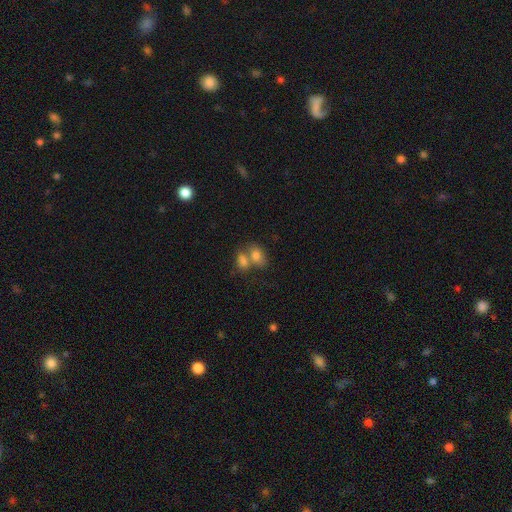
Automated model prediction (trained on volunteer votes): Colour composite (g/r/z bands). It shows a smooth galaxy with no disk features (78%) that is in between round and cigar-shaped (78%). Merging: merger (56%).